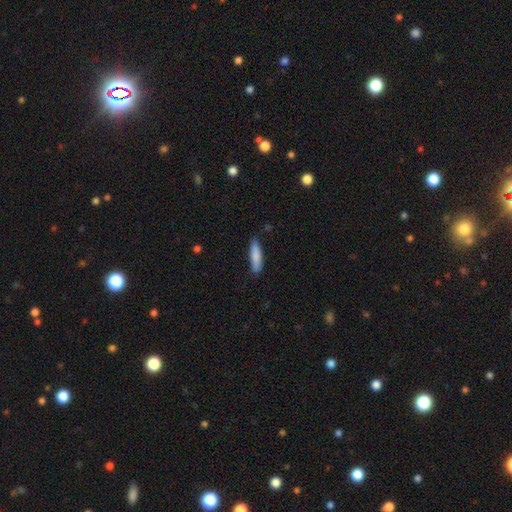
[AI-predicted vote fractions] A smooth galaxy with no disk features (85%) that is cigar-shaped (75%). Merging: none (83%).